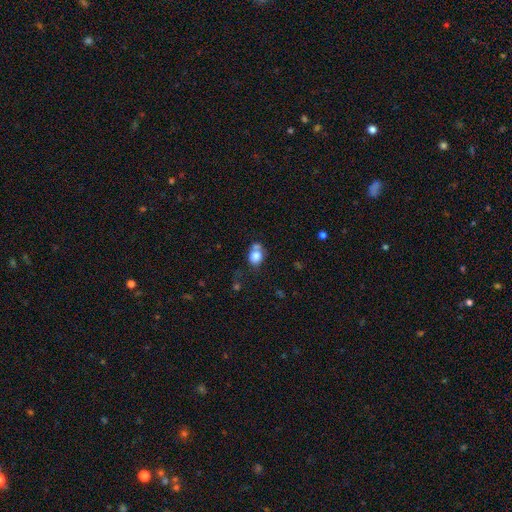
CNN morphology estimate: This is likely a smooth galaxy (79%). How rounded: possibly round (57%). Merging: possibly none (47%).